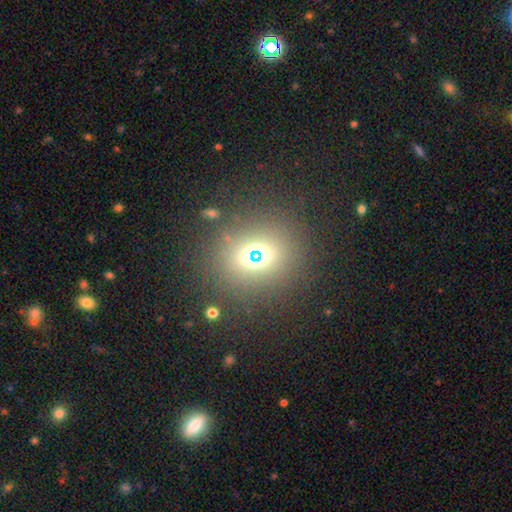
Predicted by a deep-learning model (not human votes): This appears to be a smooth galaxy with no disk features (46%). Merging: none (81%).